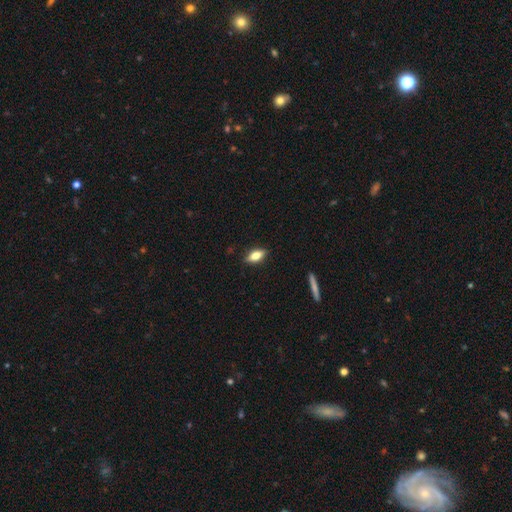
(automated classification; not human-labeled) A smooth galaxy with no disk features (69%) that is in between round and cigar-shaped (76%). Merging: none (87%).